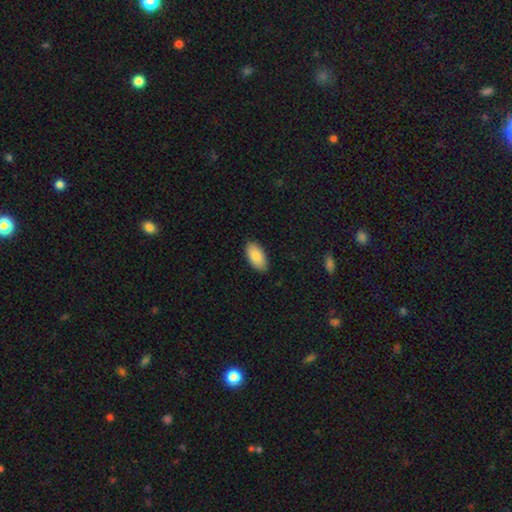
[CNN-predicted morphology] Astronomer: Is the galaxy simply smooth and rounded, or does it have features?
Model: smooth — 84%.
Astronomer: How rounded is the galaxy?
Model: in between — 95%.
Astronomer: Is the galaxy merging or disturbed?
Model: none — 87%.